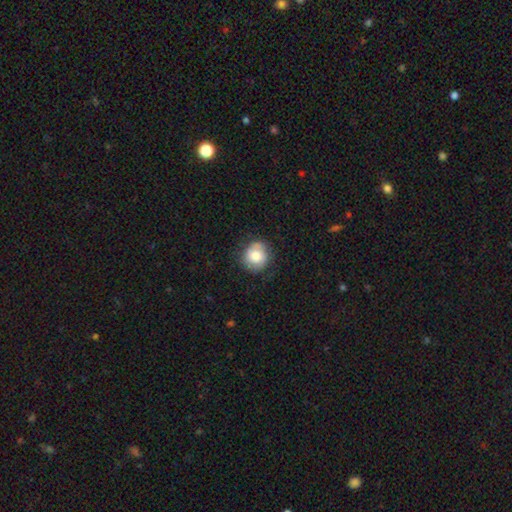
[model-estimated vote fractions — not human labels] A smooth galaxy with no disk features (67%) that is round (85%).

Vote fractions:
- Smooth or featured? smooth: 67% / featured or disk: 25% / star or artifact: 8%
- How rounded? round: 85% / in between: 14% / cigar-shaped: 1%
- Merging? none: 76% / minor disturbance: 18% / major disturbance: 6% / merger: 1%